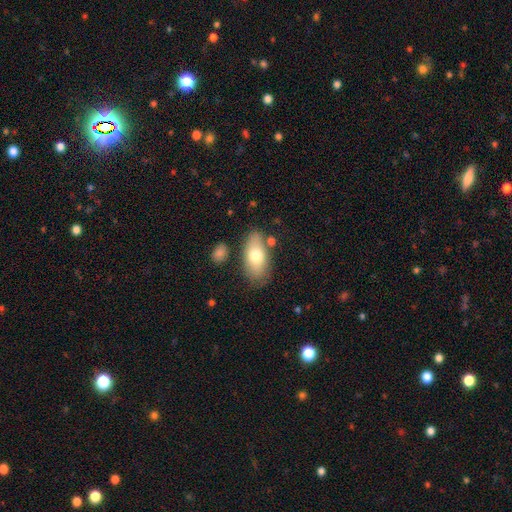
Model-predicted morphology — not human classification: Smooth or featured? Predicted: smooth (p=0.72). How rounded? Predicted: in between (p=0.90). Merging? Predicted: none (p=0.74).